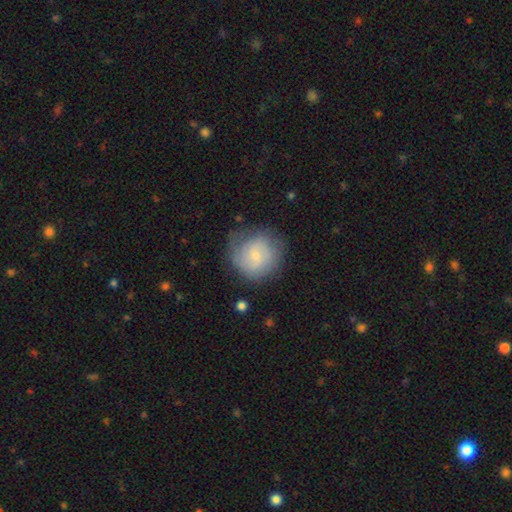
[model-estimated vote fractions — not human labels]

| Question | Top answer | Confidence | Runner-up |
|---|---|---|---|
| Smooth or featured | smooth | 52% | featured or disk (41%) |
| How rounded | round | 88% | in between (11%) |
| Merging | none | 67% | minor disturbance (22%) |